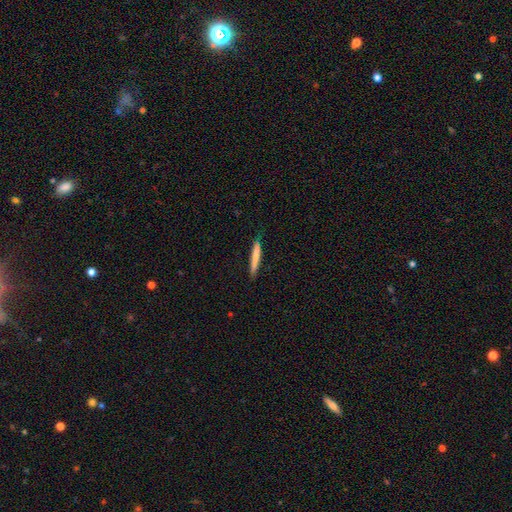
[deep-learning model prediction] smooth_or_featured: smooth (p=0.73) [alt: featured or disk p=0.21]
how_rounded: cigar-shaped (p=0.94) [alt: in between p=0.05]
merging: none (p=0.82) [alt: minor disturbance p=0.14]